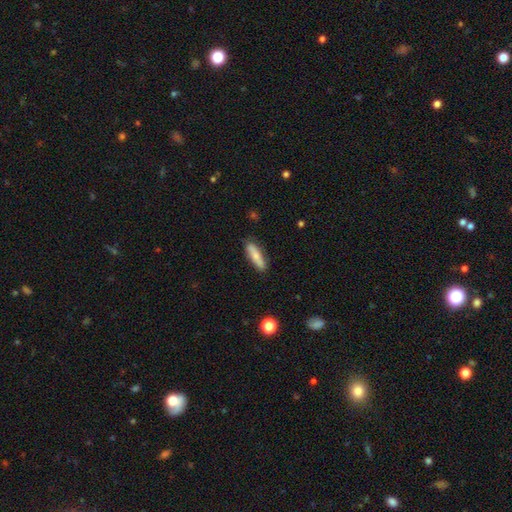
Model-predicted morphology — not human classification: type=smooth (70%); roundness=cigar-shaped (69%); merging=none (82%).